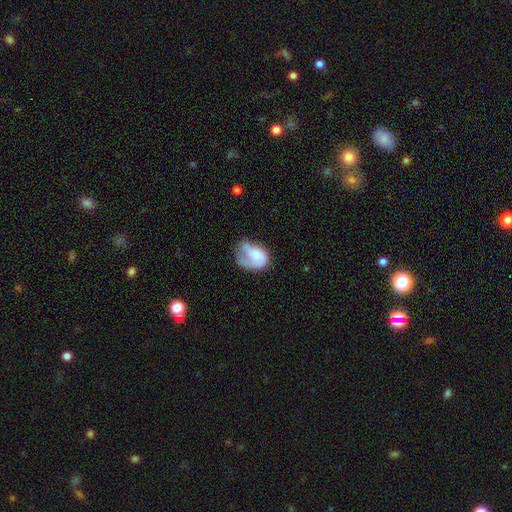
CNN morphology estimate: smooth_or_featured: smooth (p=0.58) [alt: featured or disk p=0.34]
how_rounded: in between (p=0.73) [alt: round p=0.26]
merging: major disturbance (p=0.38) [alt: minor disturbance p=0.29]